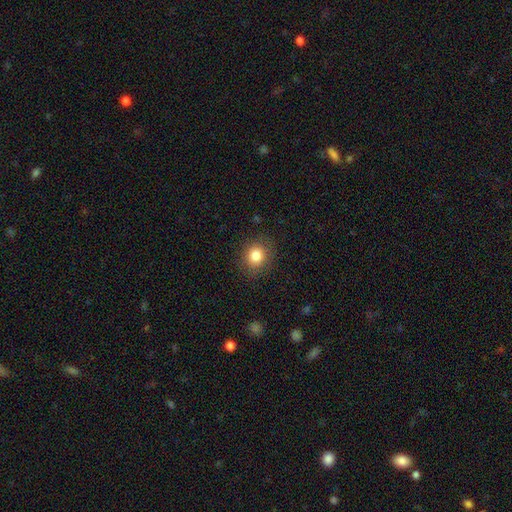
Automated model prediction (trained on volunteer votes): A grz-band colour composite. It shows a smooth galaxy with no disk features (83%) that is round (75%). Merging: none (86%).